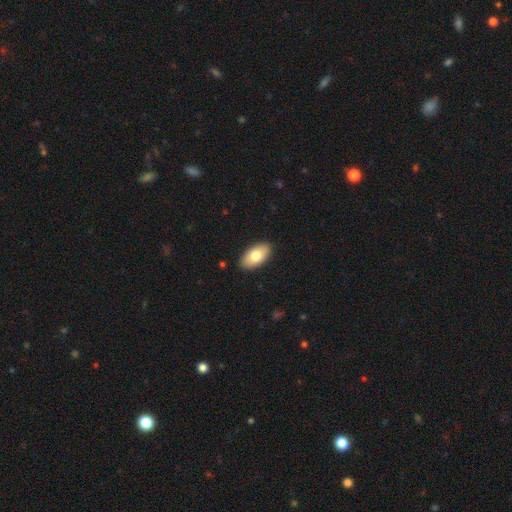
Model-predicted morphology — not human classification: Smooth or featured: smooth — 77% (featured or disk — 17%)
How rounded: in between — 94% (round — 3%)
Merging: none — 89% (minor disturbance — 8%)